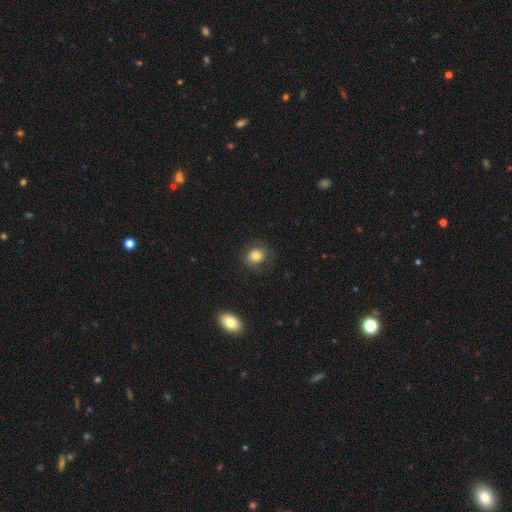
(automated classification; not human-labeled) The model was most divided on "how rounded": round: 67%, in between: 32%, cigar-shaped: 1%. More confident: smooth or featured — smooth (76%); merging — none (71%).